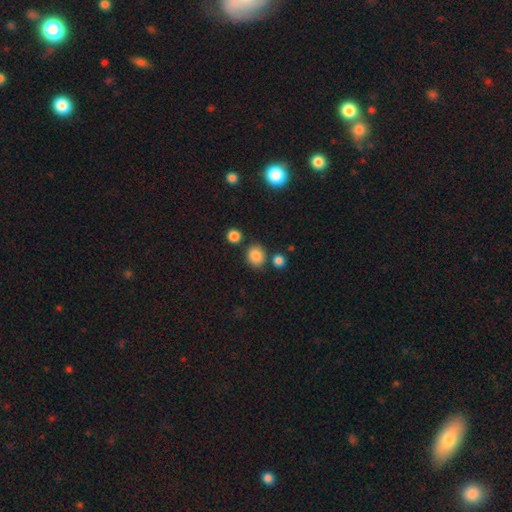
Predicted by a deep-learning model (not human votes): smooth_or_featured: smooth (p=0.85) [alt: star or artifact p=0.10]
how_rounded: round (p=0.65) [alt: in between p=0.35]
merging: none (p=0.77) [alt: minor disturbance p=0.10]